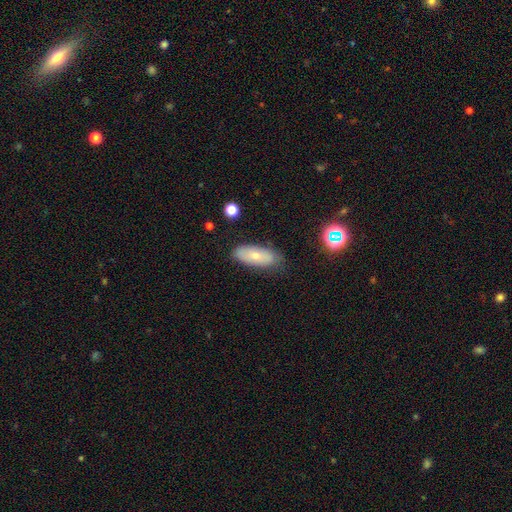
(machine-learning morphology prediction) Overall: smooth (63%; featured or disk 29%). How rounded: in between (79%). Merging: none (77%).